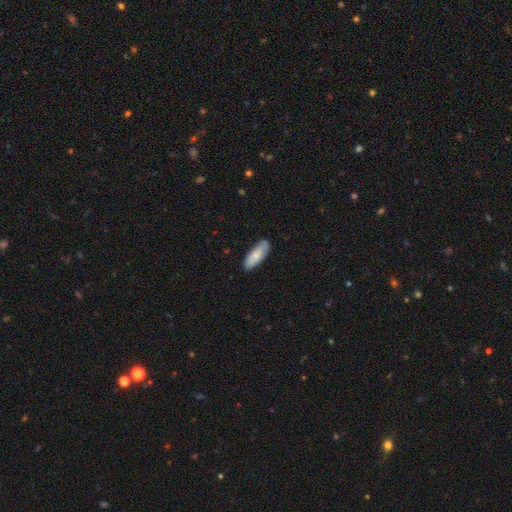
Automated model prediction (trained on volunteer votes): Smooth or featured? Predicted: smooth (p=0.76). How rounded? Predicted: in between (p=0.67). Merging? Predicted: none (p=0.76).